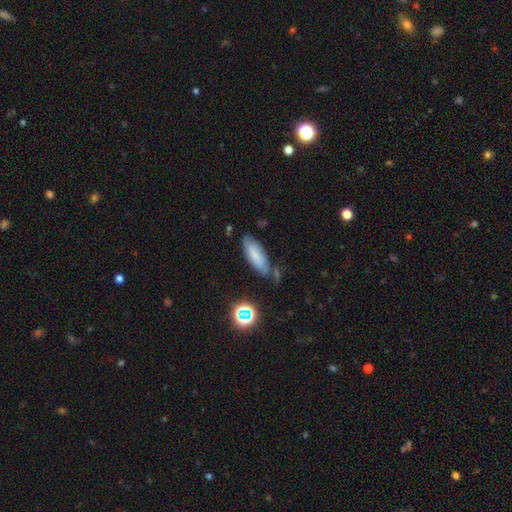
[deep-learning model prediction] Smooth or featured?
  - smooth: 74% *
  - featured or disk: 15%
  - star or artifact: 11%
How rounded?
  - in between: 66% *
  - cigar-shaped: 32%
  - round: 3%
Merging?
  - none: 63% *
  - minor disturbance: 23%
  - merger: 8%
  - major disturbance: 6%